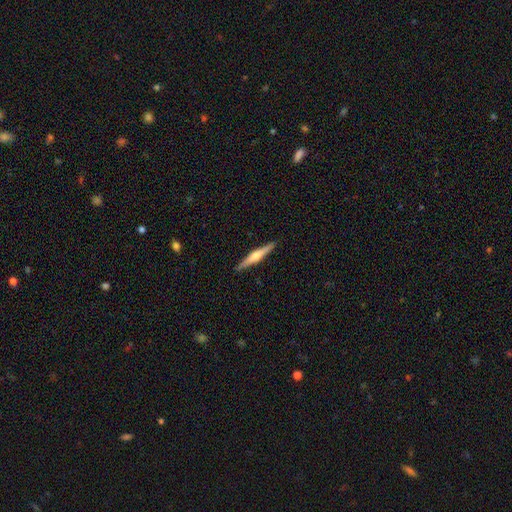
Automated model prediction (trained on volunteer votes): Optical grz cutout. It shows a featured or disk galaxy (63%) viewed edge-on (98%) with a rounded central bulge (81%). Merging: none (91%).